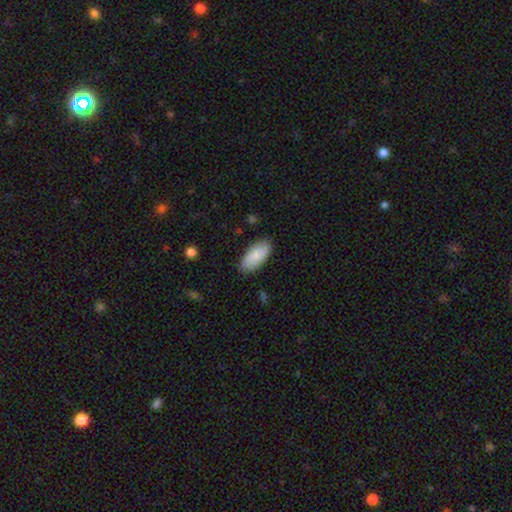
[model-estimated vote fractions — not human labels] The model was most divided on "merging": none: 85%, minor disturbance: 12%, major disturbance: 2%, merger: 1%. More confident: how rounded — in between (91%); smooth or featured — smooth (86%).